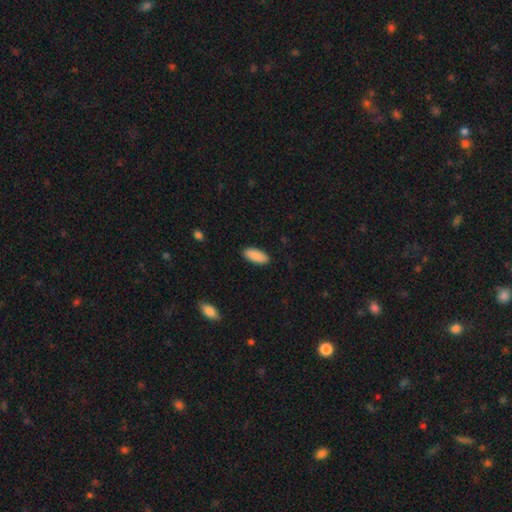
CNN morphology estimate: type=smooth (90%); roundness=in between (89%); merging=none (89%).